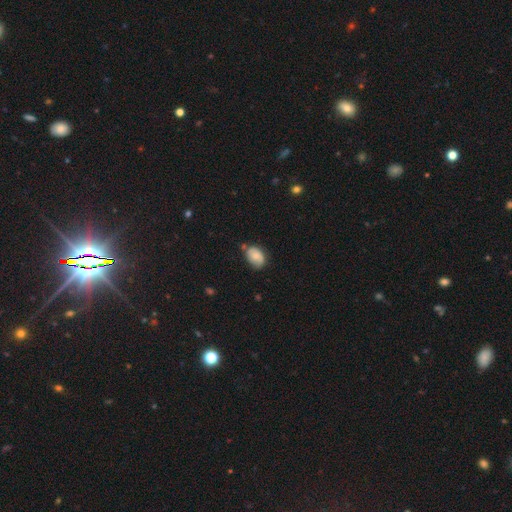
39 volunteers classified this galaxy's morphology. A smooth galaxy with no disk features (82%) that is in between round and cigar-shaped (94%).

Vote fractions:
- Smooth or featured? smooth: 82% / featured or disk: 15% / star or artifact: 3%
- How rounded? in between: 94% / round: 6% / cigar-shaped: 0%
- Merging? none: 74% / minor disturbance: 11% / merger: 11% / major disturbance: 5%